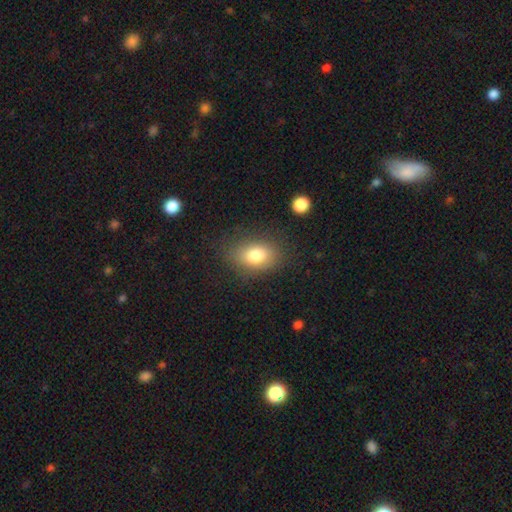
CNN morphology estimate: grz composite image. It shows a smooth galaxy with no disk features (80%) that is in between round and cigar-shaped (77%). Merging: none (79%).